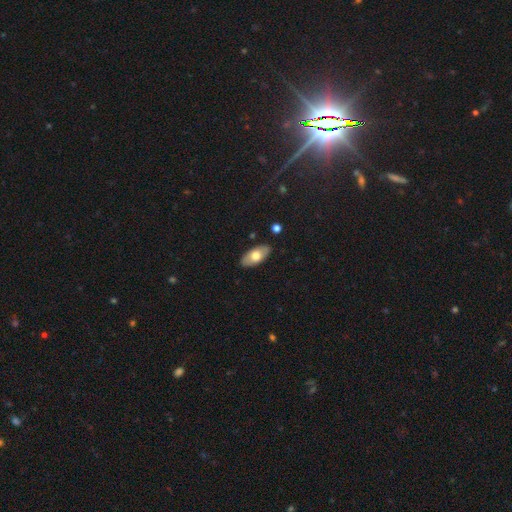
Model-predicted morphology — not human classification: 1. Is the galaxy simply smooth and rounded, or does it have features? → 64% smooth, 30% featured or disk, 6% star or artifact.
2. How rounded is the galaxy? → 92% in between, 5% cigar-shaped, 3% round.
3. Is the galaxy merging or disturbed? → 86% none, 10% minor disturbance, 2% major disturbance, 2% merger.